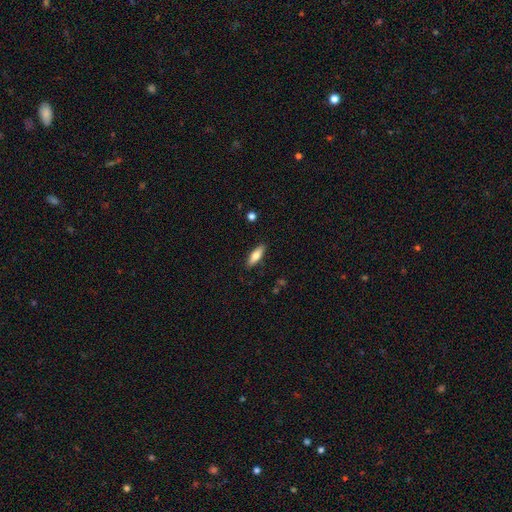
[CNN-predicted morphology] A smooth galaxy with no disk features (72%) that is in between round and cigar-shaped (56%).

Vote fractions:
- Smooth or featured? smooth: 72% / featured or disk: 21% / star or artifact: 6%
- How rounded? in between: 56% / cigar-shaped: 42% / round: 2%
- Merging? none: 87% / minor disturbance: 9% / major disturbance: 2% / merger: 1%